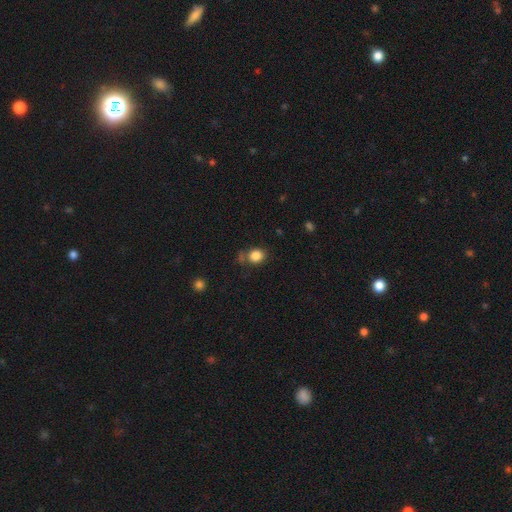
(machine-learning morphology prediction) type=smooth (84%); roundness=round (67%); merging=none (71%).